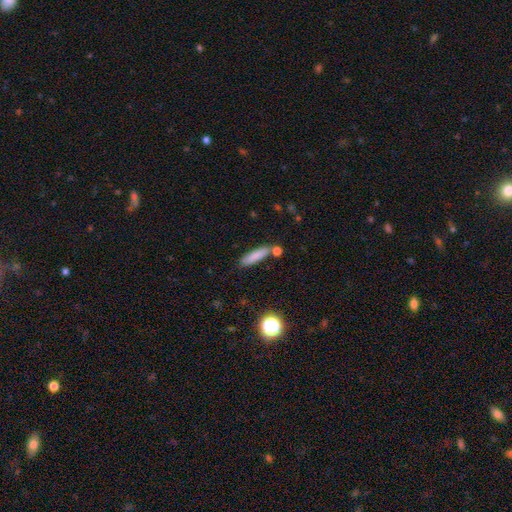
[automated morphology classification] smooth-or-featured: smooth: 81% | featured or disk: 11% | star or artifact: 9%
  how-rounded: cigar-shaped: 75% | in between: 23% | round: 2%
  merging: none: 75% | minor disturbance: 12% | merger: 10% | major disturbance: 3%